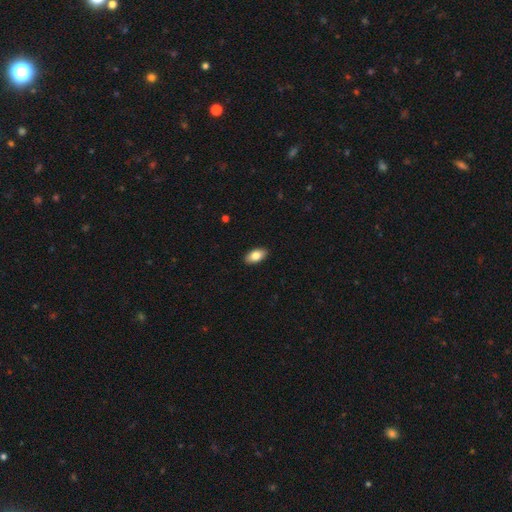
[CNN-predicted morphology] Smooth or featured? smooth (82%)
How rounded? in between (93%)
Merging? none (90%)